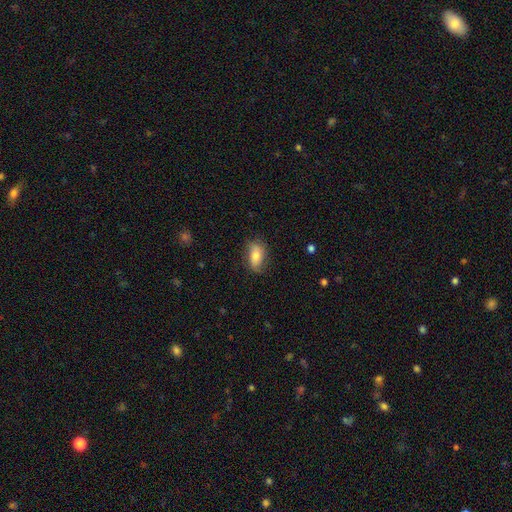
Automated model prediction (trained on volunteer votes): smooth-or-featured: smooth: 70% | featured or disk: 23% | star or artifact: 7%
  how-rounded: in between: 88% | round: 6% | cigar-shaped: 6%
  merging: none: 74% | minor disturbance: 20% | major disturbance: 5% | merger: 1%